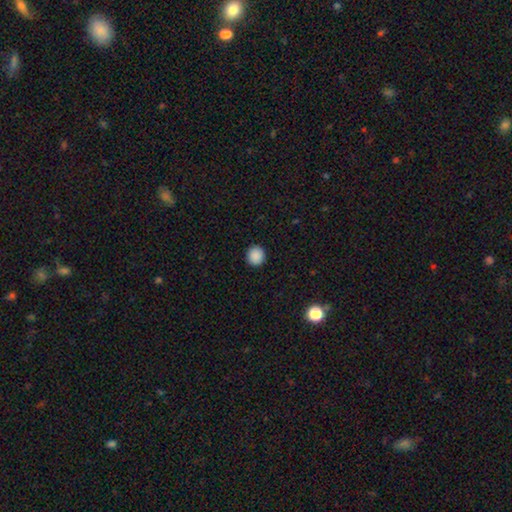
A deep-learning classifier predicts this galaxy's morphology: smooth 89%, star or artifact 9%, featured or disk 2%. Down the decision tree: how rounded — round (91%); merging — none (92%).